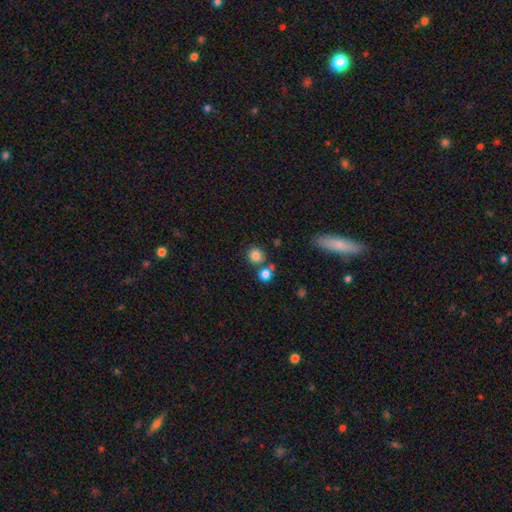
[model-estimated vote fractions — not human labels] This appears to be a smooth galaxy with no disk features (82%) that is round (88%). Merging: none (70%).